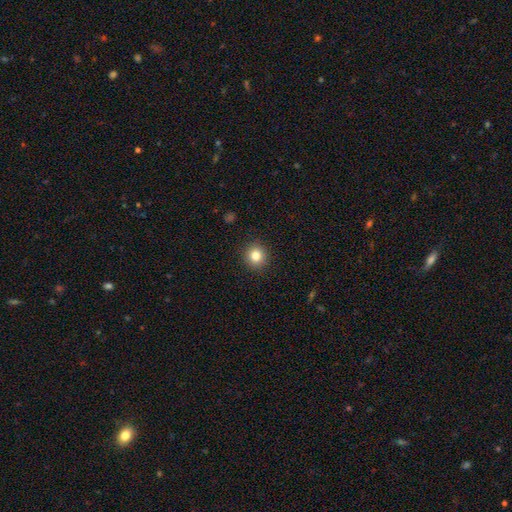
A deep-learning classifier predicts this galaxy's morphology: Smooth or featured? Predicted: smooth (p=0.82). How rounded? Predicted: round (p=0.89). Merging? Predicted: none (p=0.91).